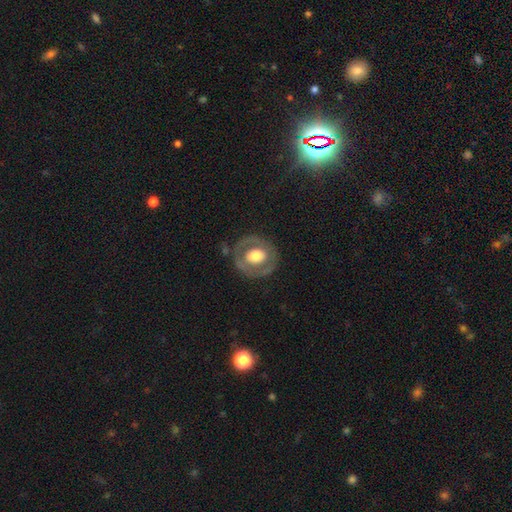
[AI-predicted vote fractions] featured or disk 51%, smooth 43%, star or artifact 6%. Down the decision tree: edge-on disk — no (95%); merging — none (77%).